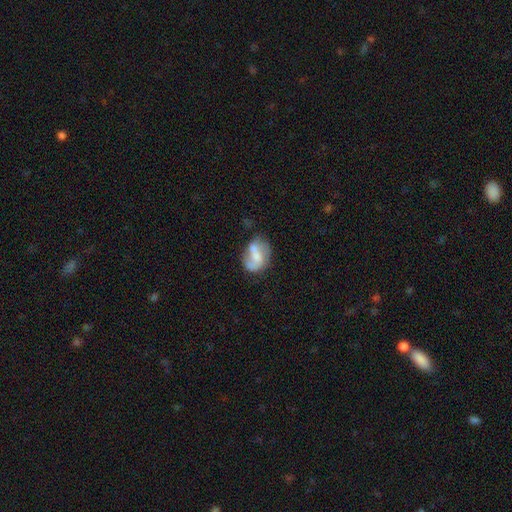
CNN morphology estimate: type=smooth (48%); merging=none (36%).